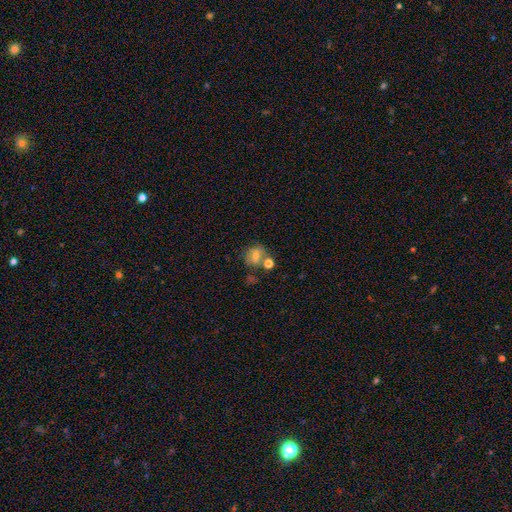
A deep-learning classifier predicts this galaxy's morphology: Q: Smooth or featured?
A: smooth (66%); runner-up: featured or disk (21%)
Q: How rounded?
A: round (69%); runner-up: in between (30%)
Q: Merging?
A: none (50%); runner-up: merger (27%)